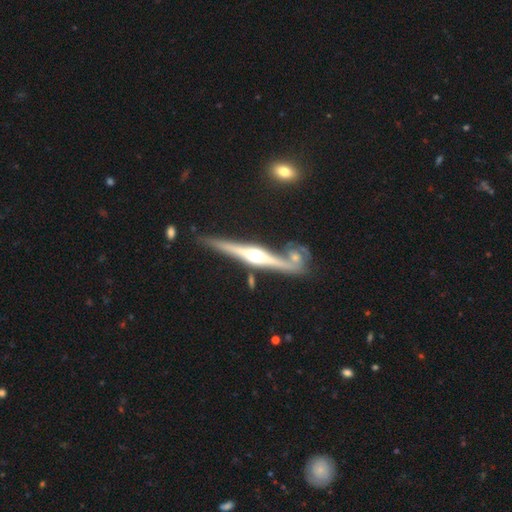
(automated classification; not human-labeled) smooth_or_featured: featured or disk (p=0.83) [alt: smooth p=0.12]
disk_edge_on: yes (p=0.97) [alt: no p=0.03]
edge_on_bulge: rounded (p=0.94) [alt: boxy p=0.04]
merging: none (p=0.71) [alt: merger p=0.15]